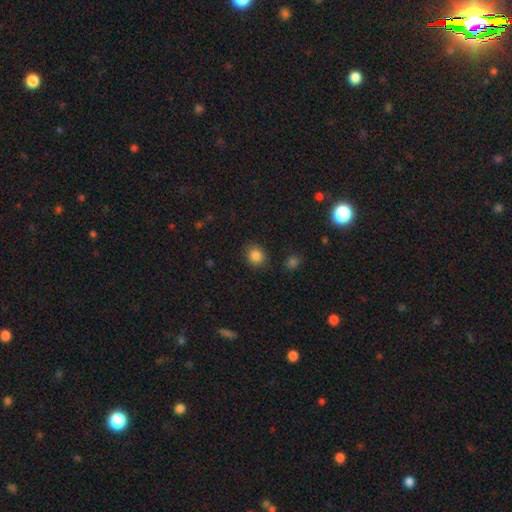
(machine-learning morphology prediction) Smooth or featured? Predicted: smooth (p=0.85). How rounded? Predicted: round (p=0.75). Merging? Predicted: none (p=0.86).